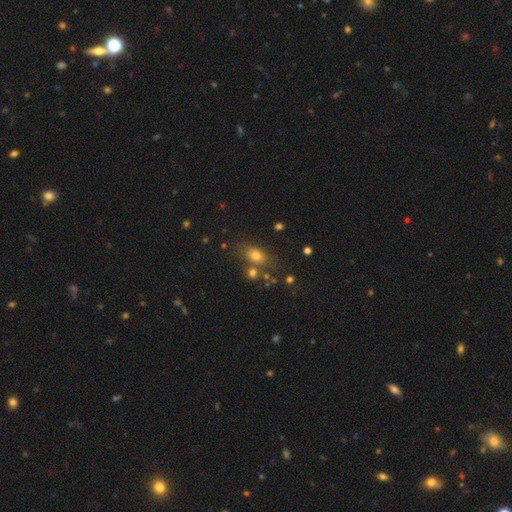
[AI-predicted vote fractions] A smooth galaxy with no disk features (73%) that is in between round and cigar-shaped (70%). Merging: none (65%).